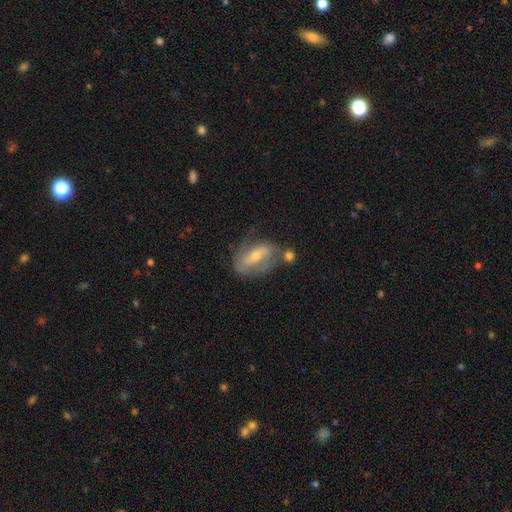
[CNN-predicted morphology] Overall: featured or disk (70%). Edge-on disk: no (89%). Bar: strong (48%; weak 31%). Spiral arms: yes (74%). Bulge size: small (50%; moderate 45%). Merging: none (50%; minor disturbance 23%).